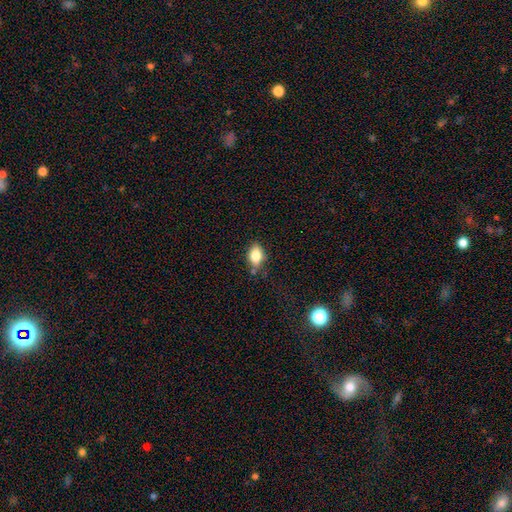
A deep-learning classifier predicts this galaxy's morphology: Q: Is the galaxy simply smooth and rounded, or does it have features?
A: smooth — 80%.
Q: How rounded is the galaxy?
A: in between — 81%.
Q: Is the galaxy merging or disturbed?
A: none — 73%.